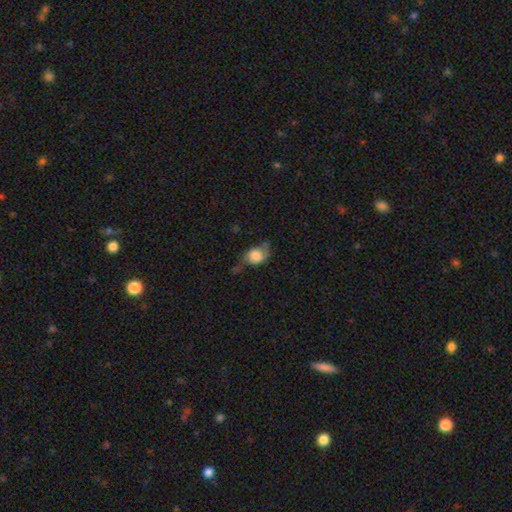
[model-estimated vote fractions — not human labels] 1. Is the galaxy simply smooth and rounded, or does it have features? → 75% smooth, 16% featured or disk, 8% star or artifact.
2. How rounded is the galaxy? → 64% in between, 34% round, 2% cigar-shaped.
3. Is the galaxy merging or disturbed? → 37% minor disturbance, 36% none, 21% major disturbance, 7% merger.